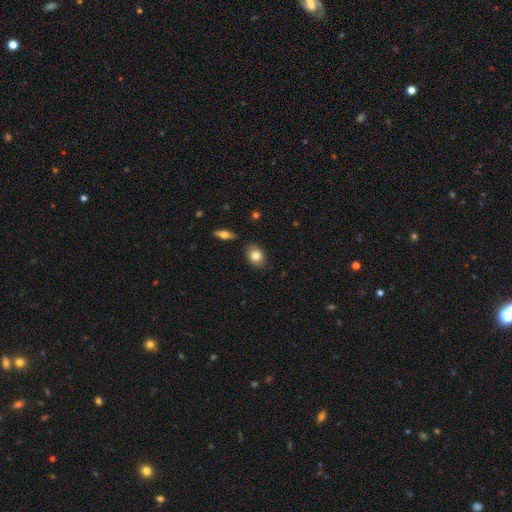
smooth_or_featured: smooth (p=0.76) [alt: featured or disk p=0.16]
how_rounded: in between (p=0.59) [alt: round p=0.41]
merging: none (p=0.83) [alt: minor disturbance p=0.17]